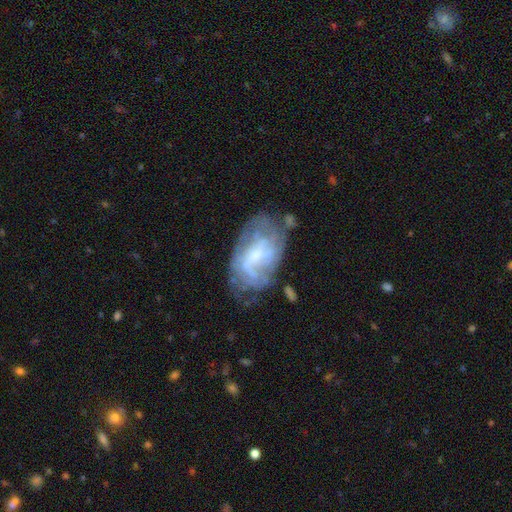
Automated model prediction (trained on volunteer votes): Smooth or featured: featured or disk — 69% (smooth — 23%)
Edge-on disk: no — 96% (yes — 4%)
Bar: no — 54% (weak — 38%)
Spiral arms: yes — 65% (no — 35%)
Bulge size: small — 57% (moderate — 29%)
Merging: none — 54% (minor disturbance — 25%)